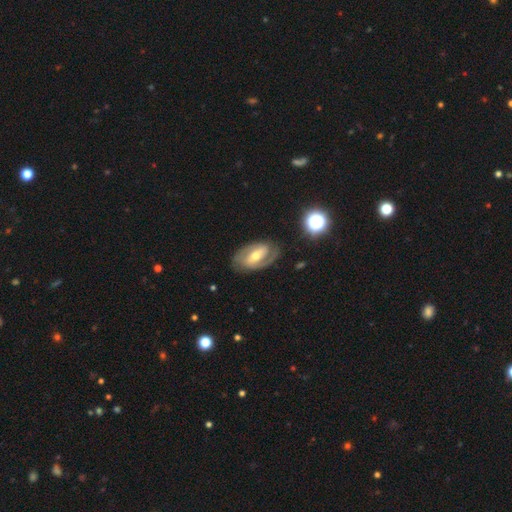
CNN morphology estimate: Smooth or featured? Predicted: featured or disk (p=0.81). Edge-on disk? Predicted: no (p=0.95). Bar? Predicted: strong (p=0.42). Spiral arms? Predicted: yes (p=0.90). Spiral winding? Predicted: tight (p=0.44). Spiral arm count? Predicted: 2 (p=0.79). Bulge size? Predicted: moderate (p=0.56). Merging? Predicted: none (p=0.77).